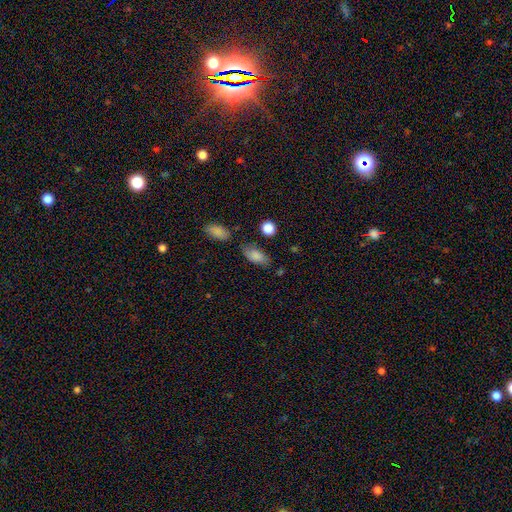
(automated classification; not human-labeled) Smooth or featured? smooth (83%)
How rounded? in between (88%)
Merging? none (71%)